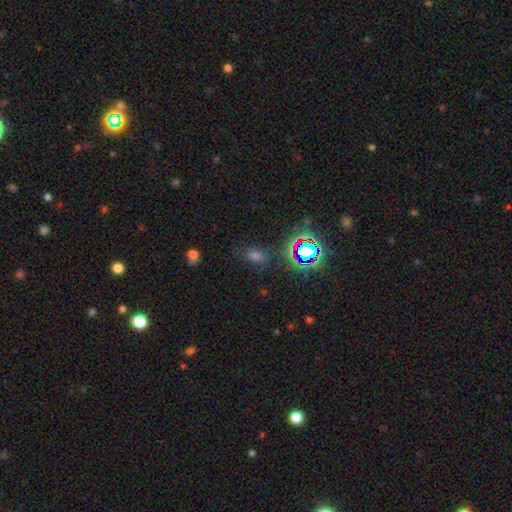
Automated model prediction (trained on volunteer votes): Q: Smooth or featured?
A: star or artifact (44%); runner-up: smooth (43%)